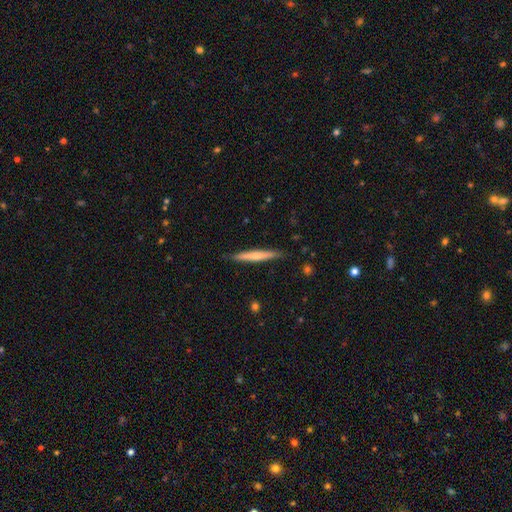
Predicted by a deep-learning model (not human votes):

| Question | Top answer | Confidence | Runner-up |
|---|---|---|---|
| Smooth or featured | smooth | 52% | featured or disk (42%) |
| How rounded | cigar-shaped | 95% | in between (3%) |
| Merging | none | 87% | minor disturbance (10%) |